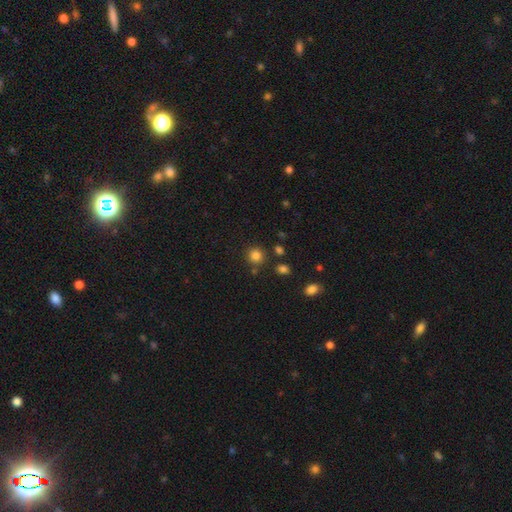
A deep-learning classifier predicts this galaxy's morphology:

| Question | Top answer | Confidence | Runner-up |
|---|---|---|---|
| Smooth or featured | smooth | 83% | star or artifact (13%) |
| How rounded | round | 90% | in between (9%) |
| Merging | none | 82% | minor disturbance (8%) |